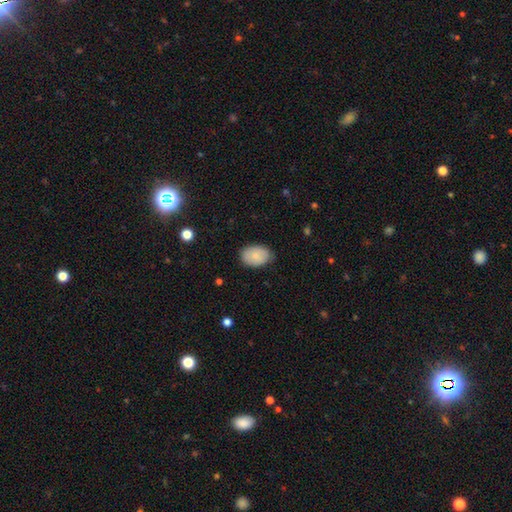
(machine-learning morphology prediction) smooth_or_featured: smooth (p=0.85) [alt: featured or disk p=0.09]
how_rounded: in between (p=0.86) [alt: round p=0.13]
merging: none (p=0.80) [alt: minor disturbance p=0.17]